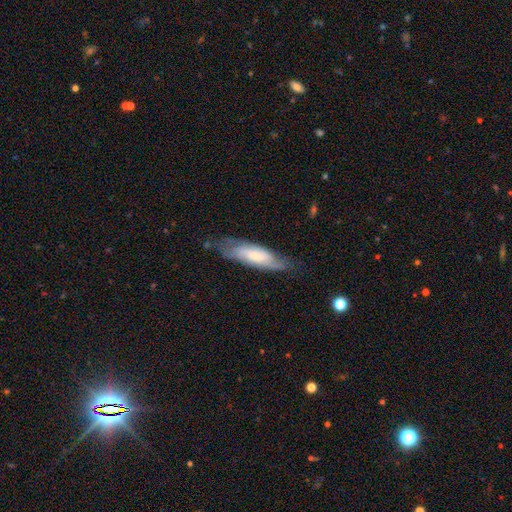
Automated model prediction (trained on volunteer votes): This appears to be a featured or disk galaxy (49%). Merging: none (64%).